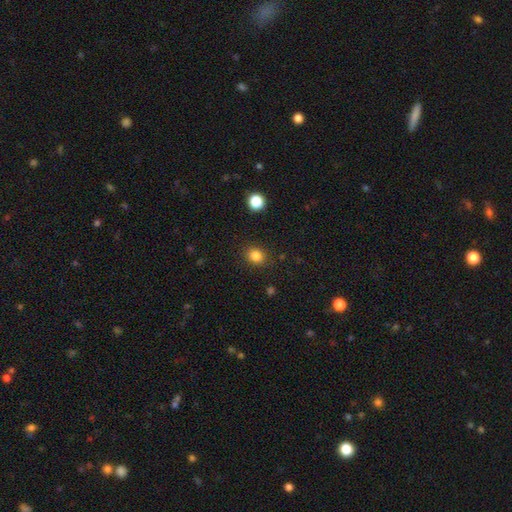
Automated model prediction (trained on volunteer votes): Smooth or featured?
  - smooth: 84% *
  - star or artifact: 12%
  - featured or disk: 5%
How rounded?
  - round: 67% *
  - in between: 32%
  - cigar-shaped: 1%
Merging?
  - none: 88% *
  - minor disturbance: 8%
  - major disturbance: 3%
  - merger: 1%